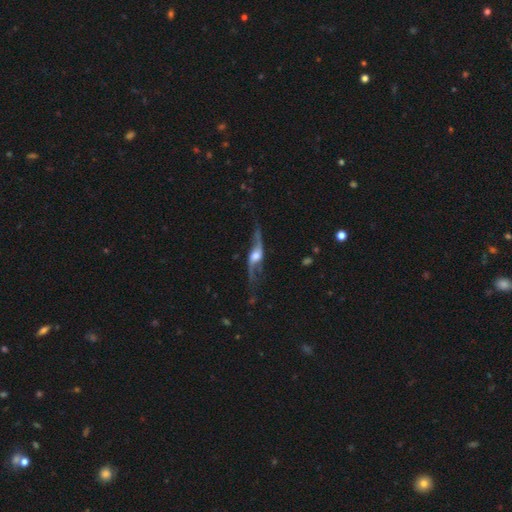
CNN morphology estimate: Smooth or featured? featured or disk (84%)
Edge-on disk? no (74%)
Bar? no (51%)
Spiral arms? yes (94%)
Spiral winding? loose (89%)
Spiral arm count? 2 (92%)
Bulge size? moderate (57%)
Merging? none (61%)